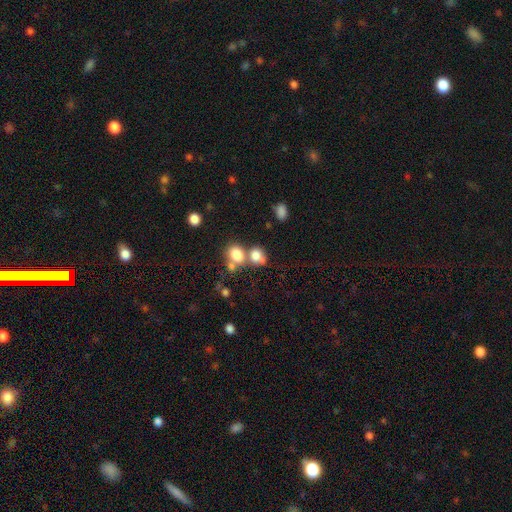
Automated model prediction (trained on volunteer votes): smooth_or_featured: smooth (p=0.78) [alt: star or artifact p=0.11]
how_rounded: round (p=0.56) [alt: in between p=0.43]
merging: merger (p=0.50) [alt: none p=0.35]